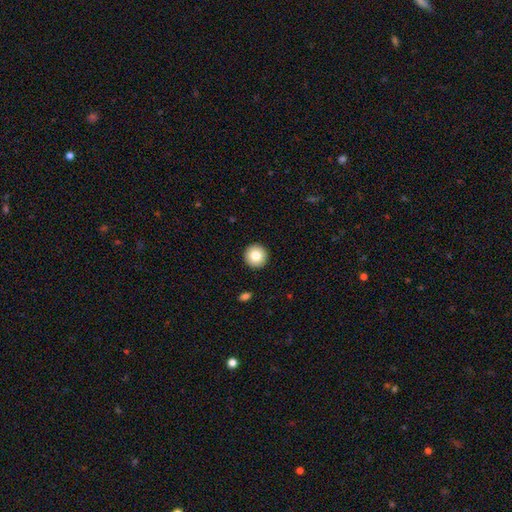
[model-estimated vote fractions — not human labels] Smooth or featured? Predicted: smooth (p=0.82). How rounded? Predicted: round (p=0.96). Merging? Predicted: none (p=0.93).